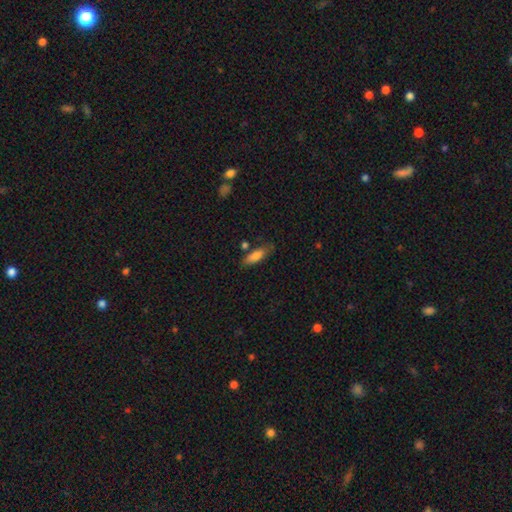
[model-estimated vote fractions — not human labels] The model was most divided on "how rounded": in between: 59%, cigar-shaped: 39%, round: 2%. More confident: smooth or featured — smooth (80%); merging — none (71%).